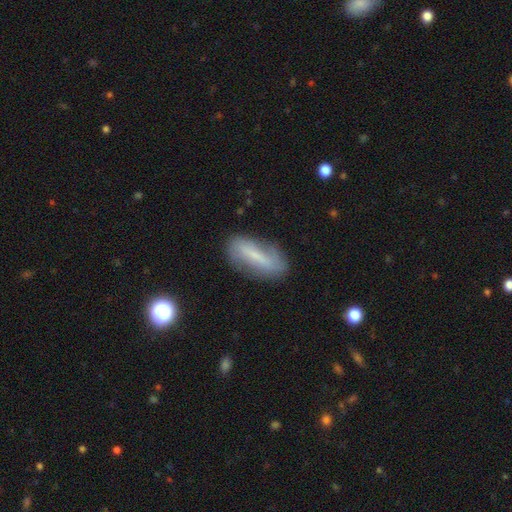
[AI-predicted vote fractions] Smooth or featured: smooth — 50% (featured or disk — 41%)
Merging: none — 75% (minor disturbance — 17%)